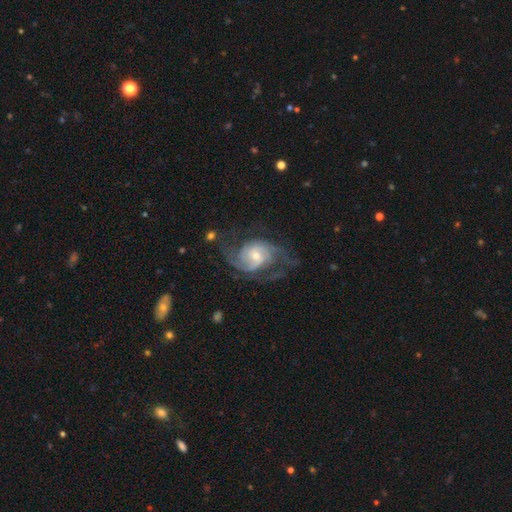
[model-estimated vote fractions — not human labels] Smooth or featured: featured or disk — 87% (smooth — 8%)
Edge-on disk: no — 98% (yes — 2%)
Bar: no — 55% (weak — 37%)
Spiral arms: yes — 96% (no — 4%)
Spiral winding: medium — 48% (tight — 31%)
Spiral arm count: 2 — 50% (3 — 19%)
Bulge size: small — 54% (moderate — 40%)
Merging: none — 58% (major disturbance — 22%)